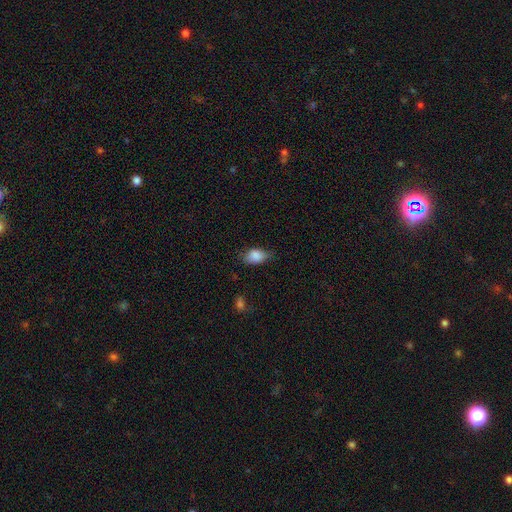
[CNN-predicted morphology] This appears to be a smooth galaxy with no disk features (85%) that is in between round and cigar-shaped (87%). Merging: none (61%).